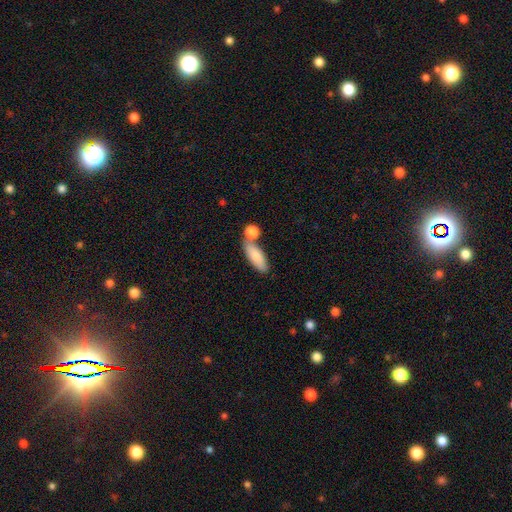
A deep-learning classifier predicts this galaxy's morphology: smooth_or_featured: smooth (p=0.83) [alt: featured or disk p=0.12]
how_rounded: in between (p=0.68) [alt: cigar-shaped p=0.29]
merging: none (p=0.55) [alt: merger p=0.27]